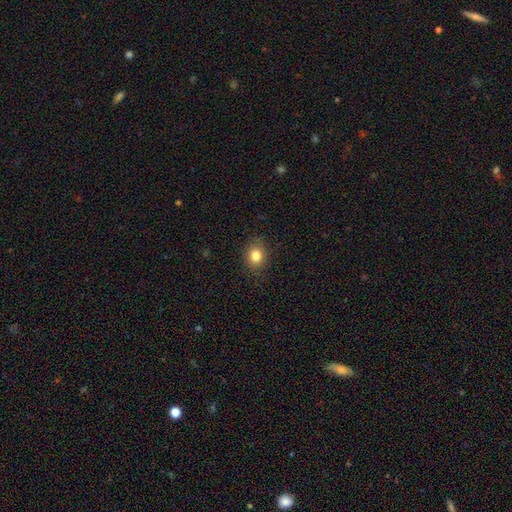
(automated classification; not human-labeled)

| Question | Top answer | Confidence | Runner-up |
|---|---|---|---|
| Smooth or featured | smooth | 82% | star or artifact (11%) |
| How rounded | round | 62% | in between (38%) |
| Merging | none | 87% | minor disturbance (9%) |